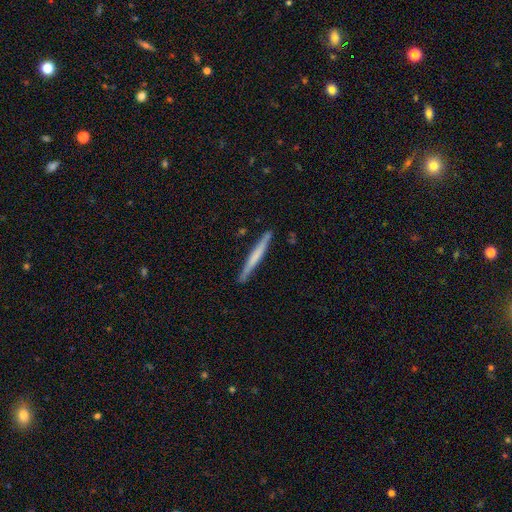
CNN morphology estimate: A smooth galaxy with no disk features (54%) that is cigar-shaped (97%).

Vote fractions:
- Smooth or featured? smooth: 54% / featured or disk: 41% / star or artifact: 5%
- How rounded? cigar-shaped: 97% / in between: 2% / round: 1%
- Merging? none: 89% / minor disturbance: 8% / major disturbance: 1% / merger: 1%